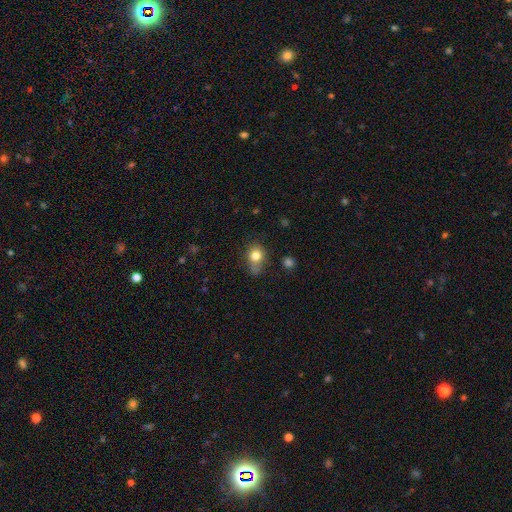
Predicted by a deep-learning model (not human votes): Q: Smooth or featured?
A: smooth (79%); runner-up: star or artifact (11%)
Q: How rounded?
A: round (59%); runner-up: in between (40%)
Q: Merging?
A: none (49%); runner-up: minor disturbance (32%)